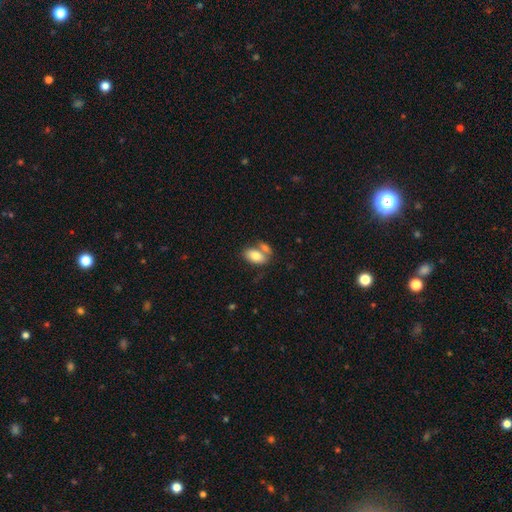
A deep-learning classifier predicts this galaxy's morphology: Q: Smooth or featured?
A: smooth (80%); runner-up: featured or disk (13%)
Q: How rounded?
A: in between (92%); runner-up: round (6%)
Q: Merging?
A: none (42%); runner-up: merger (41%)